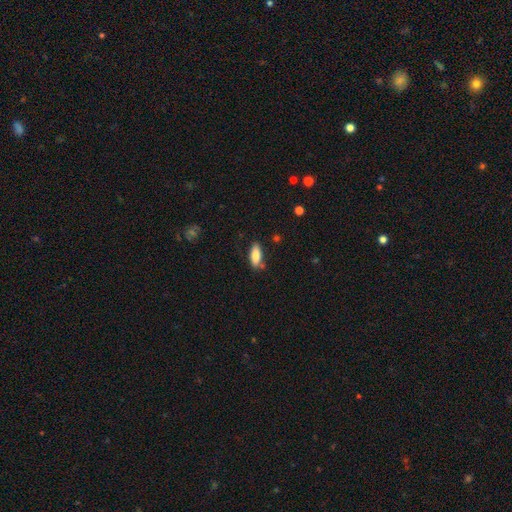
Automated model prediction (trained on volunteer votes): A smooth galaxy with no disk features (84%) that is in between round and cigar-shaped (78%).

Vote fractions:
- Smooth or featured? smooth: 84% / featured or disk: 9% / star or artifact: 7%
- How rounded? in between: 78% / cigar-shaped: 20% / round: 2%
- Merging? none: 78% / minor disturbance: 15% / merger: 4% / major disturbance: 3%